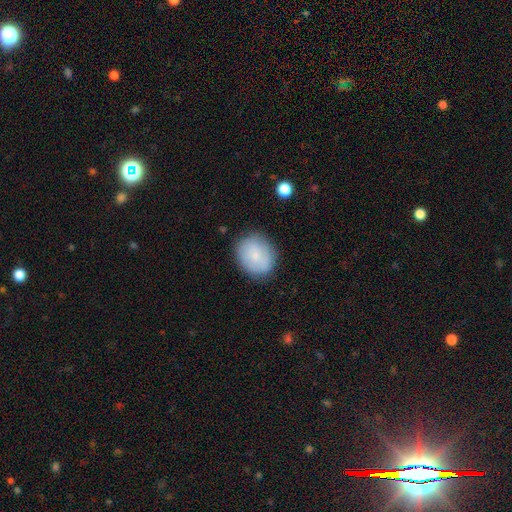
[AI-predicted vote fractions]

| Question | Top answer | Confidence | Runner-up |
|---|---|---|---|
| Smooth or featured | smooth | 71% | featured or disk (22%) |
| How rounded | round | 67% | in between (32%) |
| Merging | none | 81% | minor disturbance (14%) |